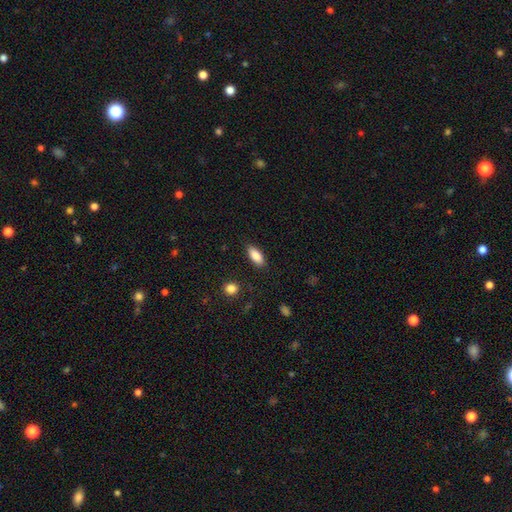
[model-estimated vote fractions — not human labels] Smooth or featured: smooth — 86% (featured or disk — 7%)
How rounded: in between — 82% (cigar-shaped — 16%)
Merging: none — 86% (minor disturbance — 10%)